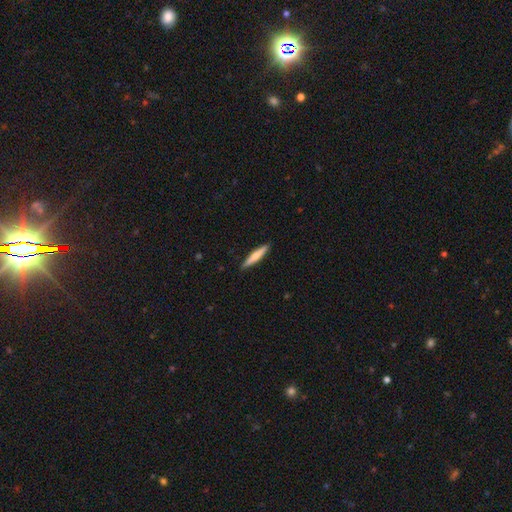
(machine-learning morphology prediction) Q: Smooth or featured?
A: smooth (61%); runner-up: featured or disk (34%)
Q: How rounded?
A: cigar-shaped (92%); runner-up: in between (7%)
Q: Merging?
A: none (90%); runner-up: minor disturbance (7%)